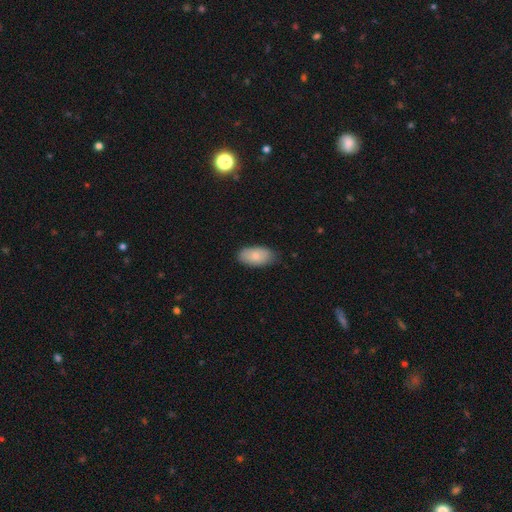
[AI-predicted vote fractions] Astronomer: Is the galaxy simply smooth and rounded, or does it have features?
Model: smooth — 78%.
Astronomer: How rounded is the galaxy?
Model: in between — 94%.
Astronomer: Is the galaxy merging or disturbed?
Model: none — 78%.